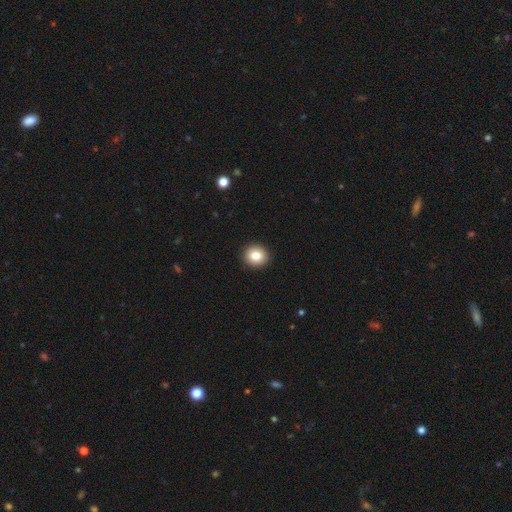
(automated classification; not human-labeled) The model was most divided on "smooth or featured": smooth: 82%, star or artifact: 10%, featured or disk: 8%. More confident: merging — none (93%); how rounded — round (90%).